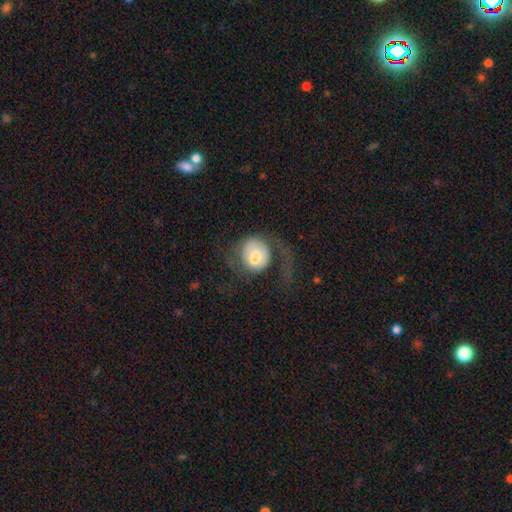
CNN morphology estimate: Overall: smooth (47%; featured or disk 45%). Merging: major disturbance (43%; none 36%).